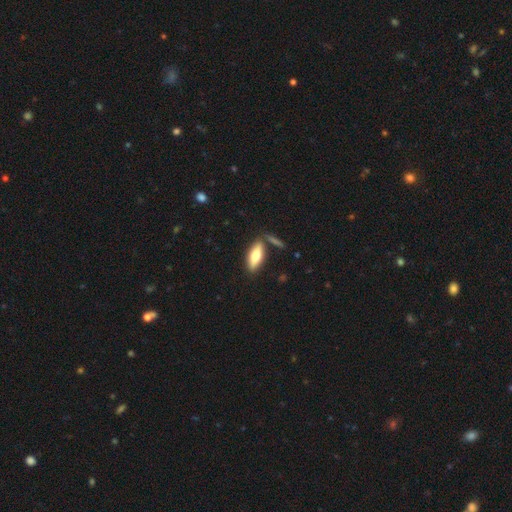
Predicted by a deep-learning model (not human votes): The model was most divided on "smooth or featured": smooth: 69%, featured or disk: 25%, star or artifact: 6%. More confident: merging — none (76%); how rounded — in between (71%).